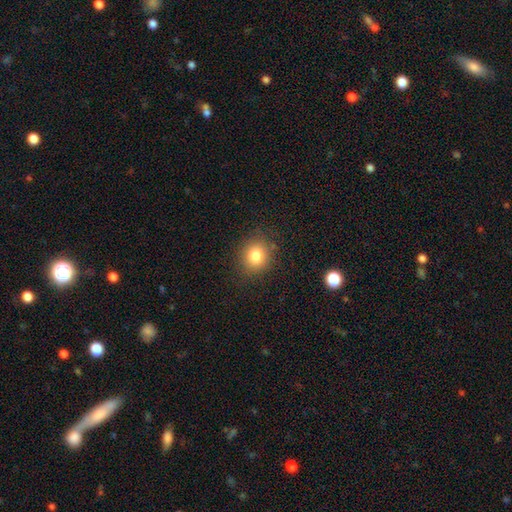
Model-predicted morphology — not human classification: Overall: smooth (81%). How rounded: round (78%). Merging: none (85%).